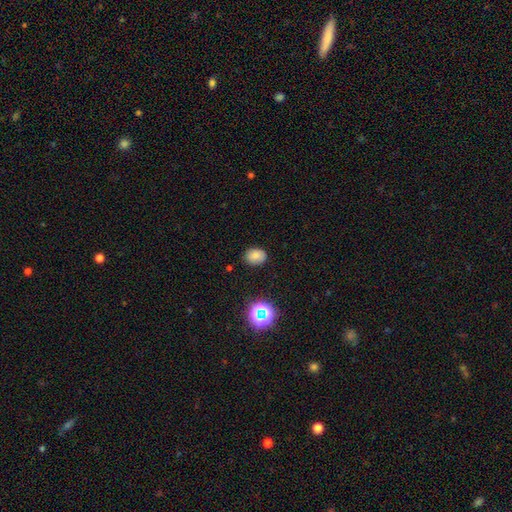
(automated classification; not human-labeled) smooth-or-featured: smooth: 79% | star or artifact: 15% | featured or disk: 6%
  how-rounded: in between: 59% | round: 40% | cigar-shaped: 1%
  merging: none: 83% | minor disturbance: 13% | major disturbance: 3% | merger: 1%